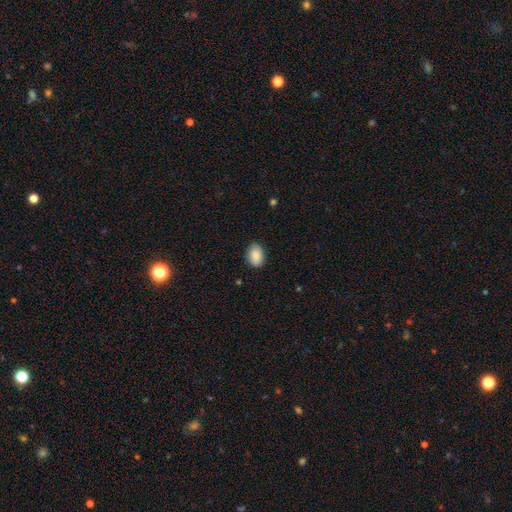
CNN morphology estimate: This appears to be a smooth galaxy with no disk features (87%) that is in between round and cigar-shaped (81%). Merging: none (85%).